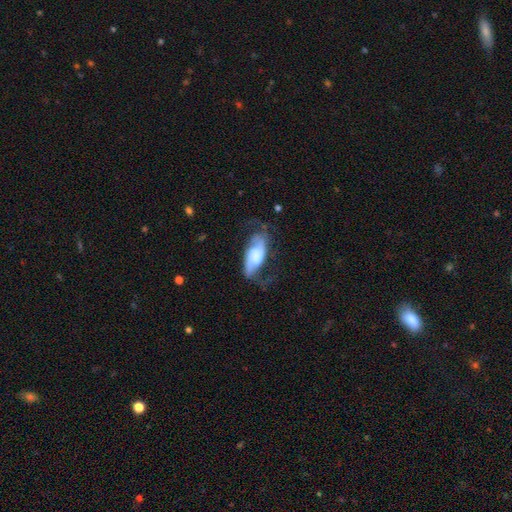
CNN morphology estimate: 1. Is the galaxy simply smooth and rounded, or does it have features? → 64% featured or disk, 29% smooth, 7% star or artifact.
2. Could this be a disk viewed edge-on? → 91% no, 9% yes.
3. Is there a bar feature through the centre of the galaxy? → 57% no, 30% weak, 13% strong.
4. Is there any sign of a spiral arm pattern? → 89% yes, 11% no.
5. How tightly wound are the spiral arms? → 53% loose, 33% medium, 14% tight.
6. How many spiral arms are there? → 83% 2, 7% can't tell, 5% 1, 2% 3, 1% 4, 1% more than 4.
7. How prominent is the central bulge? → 29% large, 24% none, 18% moderate, 18% small, 12% dominant.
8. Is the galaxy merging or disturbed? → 45% none, 27% major disturbance, 26% minor disturbance, 2% merger.